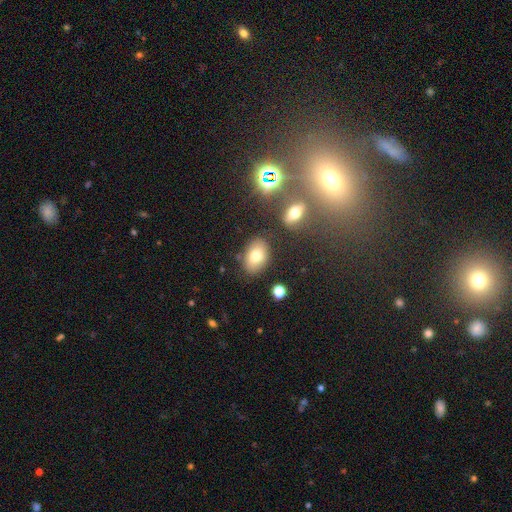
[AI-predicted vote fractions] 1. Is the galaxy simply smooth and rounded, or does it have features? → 75% smooth, 14% featured or disk, 11% star or artifact.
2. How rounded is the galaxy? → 81% in between, 18% round, 1% cigar-shaped.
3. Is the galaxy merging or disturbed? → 80% none, 11% minor disturbance, 5% merger, 3% major disturbance.